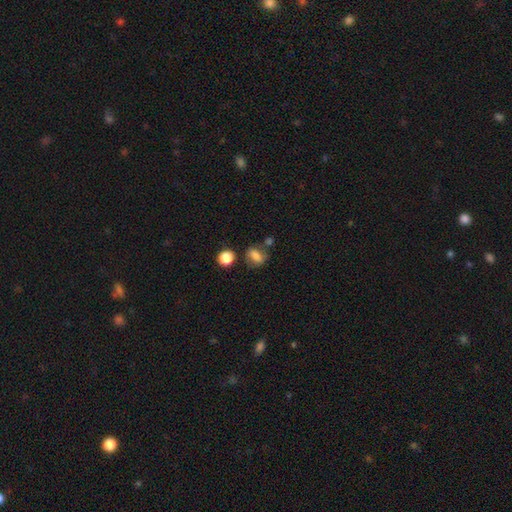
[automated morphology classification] The model was most divided on "how rounded": in between: 66%, round: 30%, cigar-shaped: 4%. More confident: smooth or featured — smooth (72%); merging — none (57%).